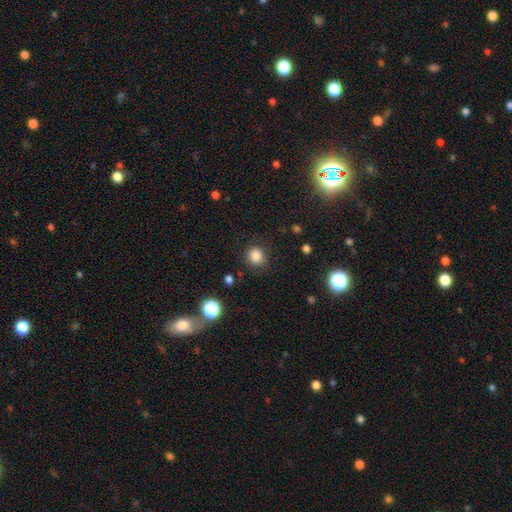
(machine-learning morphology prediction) Smooth or featured? smooth (84%)
How rounded? round (80%)
Merging? none (83%)